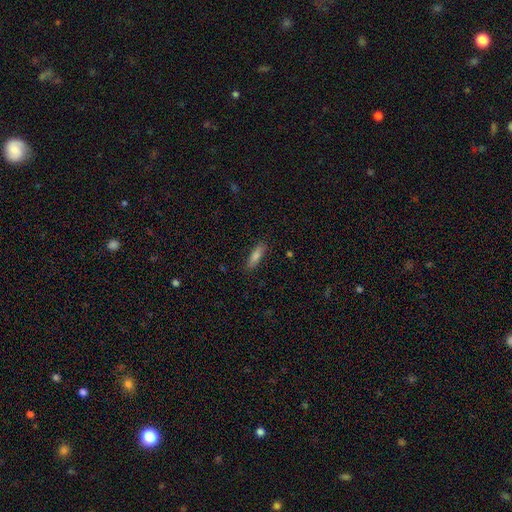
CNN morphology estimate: Smooth or featured: smooth — 77% (featured or disk — 15%)
How rounded: cigar-shaped — 58% (in between — 40%)
Merging: none — 86% (minor disturbance — 10%)